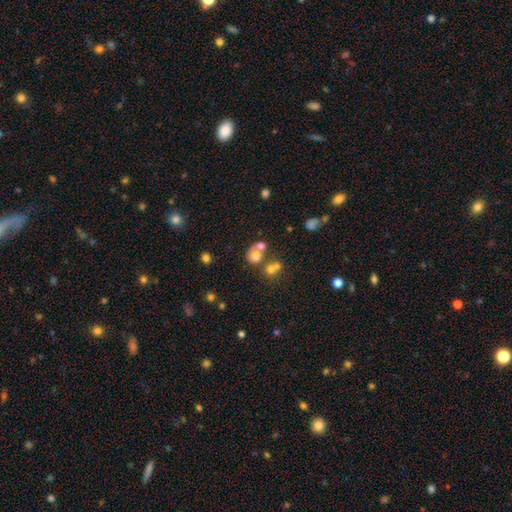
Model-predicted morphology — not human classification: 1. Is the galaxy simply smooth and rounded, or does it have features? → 62% smooth, 23% featured or disk, 15% star or artifact.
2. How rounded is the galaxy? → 65% round, 34% in between, 1% cigar-shaped.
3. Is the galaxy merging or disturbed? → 54% merger, 27% none, 10% major disturbance, 9% minor disturbance.